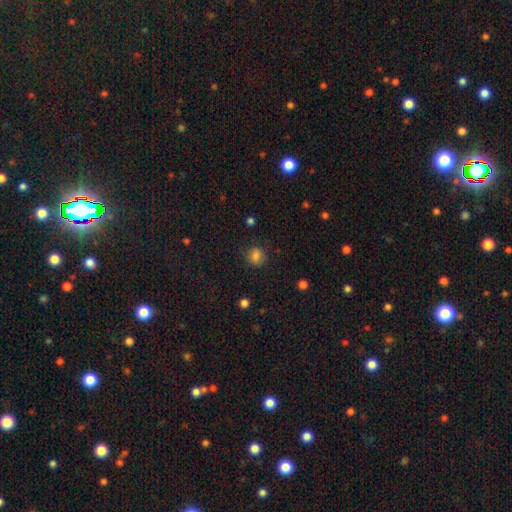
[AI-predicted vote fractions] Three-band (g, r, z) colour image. It shows a smooth galaxy with no disk features (82%) that is round (74%). Merging: none (81%).